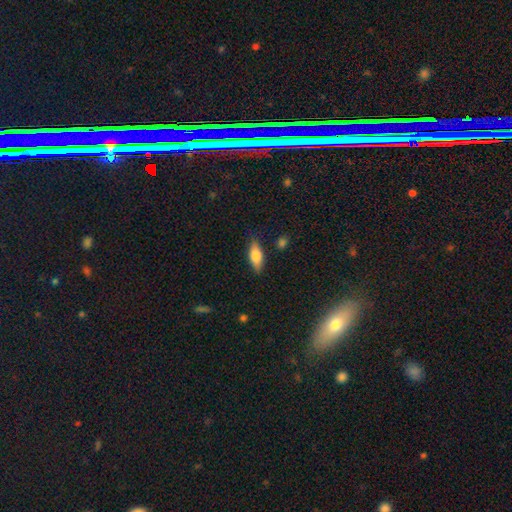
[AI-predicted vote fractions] A smooth galaxy with no disk features (72%) that is in between round and cigar-shaped (74%).

Vote fractions:
- Smooth or featured? smooth: 72% / featured or disk: 21% / star or artifact: 7%
- How rounded? in between: 74% / cigar-shaped: 23% / round: 3%
- Merging? none: 81% / minor disturbance: 14% / major disturbance: 3% / merger: 2%